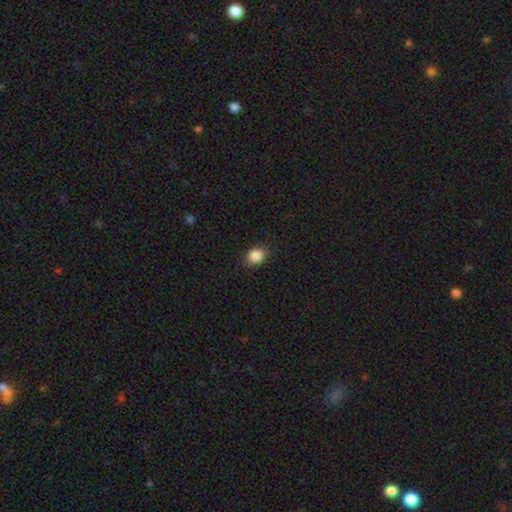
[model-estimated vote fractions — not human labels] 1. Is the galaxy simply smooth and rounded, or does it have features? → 87% smooth, 9% star or artifact, 4% featured or disk.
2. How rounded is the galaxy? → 51% in between, 48% round, 1% cigar-shaped.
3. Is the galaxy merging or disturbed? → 86% none, 10% minor disturbance, 3% major disturbance, 1% merger.